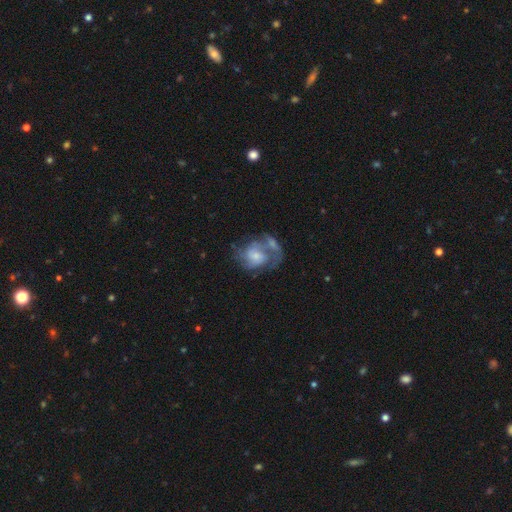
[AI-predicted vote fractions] Smooth or featured? Predicted: featured or disk (p=0.61). Edge-on disk? Predicted: no (p=0.97). Bar? Predicted: no (p=0.68). Spiral arms? Predicted: yes (p=0.69). Bulge size? Predicted: small (p=0.39). Merging? Predicted: none (p=0.30).